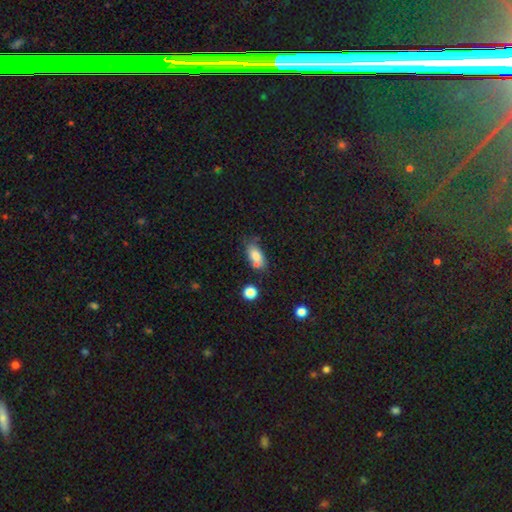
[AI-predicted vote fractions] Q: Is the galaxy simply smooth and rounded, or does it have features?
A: smooth — 77%.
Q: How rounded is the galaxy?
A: in between — 85%.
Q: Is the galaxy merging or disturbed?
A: none — 55%.